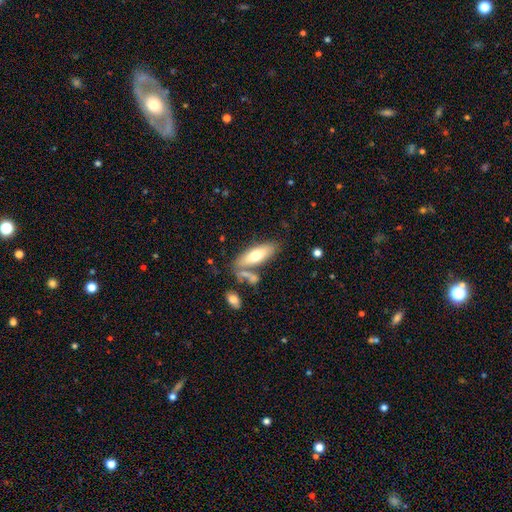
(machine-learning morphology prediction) This is likely a smooth galaxy (65%). How rounded: likely in between (63%). Merging: likely none (64%).